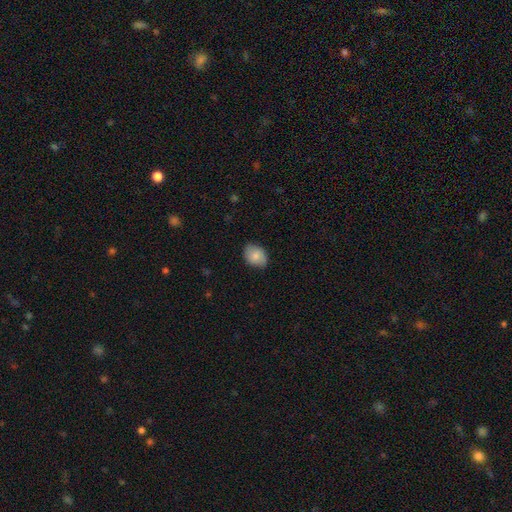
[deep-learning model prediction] Smooth or featured? Predicted: smooth (p=0.82). How rounded? Predicted: in between (p=0.66). Merging? Predicted: none (p=0.81).